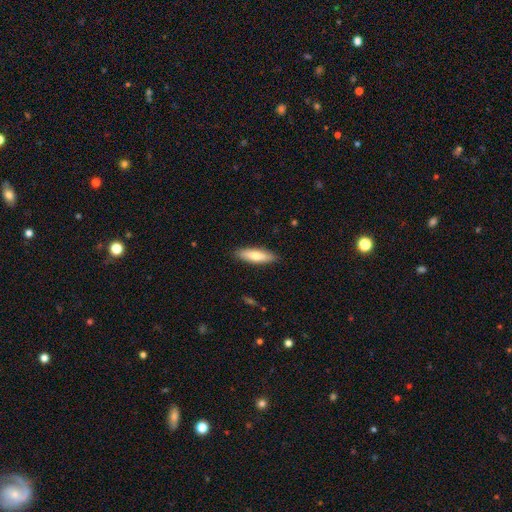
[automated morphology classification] This appears to be a smooth galaxy with no disk features (72%) that is cigar-shaped (55%). Merging: none (88%).